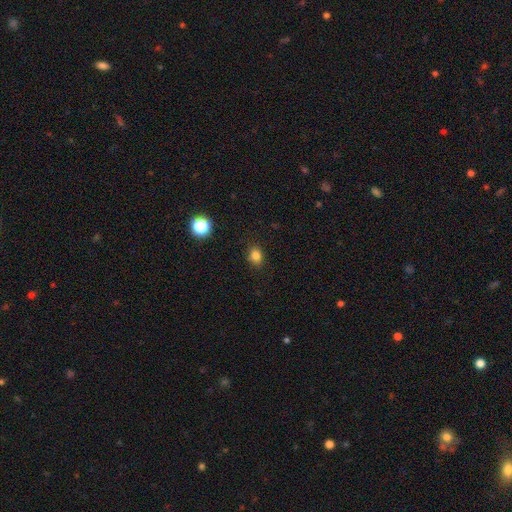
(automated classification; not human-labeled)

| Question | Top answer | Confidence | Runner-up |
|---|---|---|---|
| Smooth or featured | smooth | 81% | star or artifact (14%) |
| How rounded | round | 53% | in between (46%) |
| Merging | none | 88% | minor disturbance (9%) |